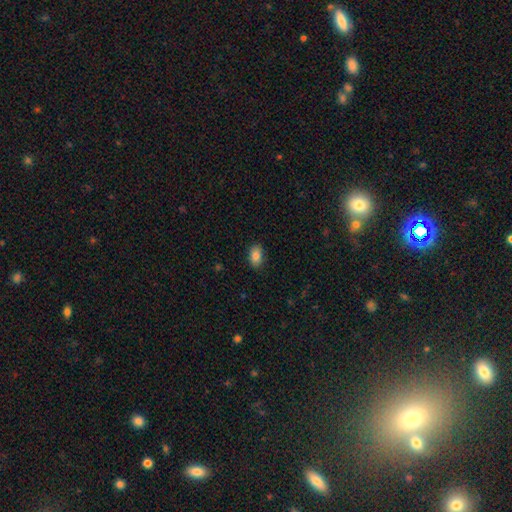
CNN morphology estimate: Smooth or featured? Predicted: smooth (p=0.86). How rounded? Predicted: in between (p=0.89). Merging? Predicted: none (p=0.87).